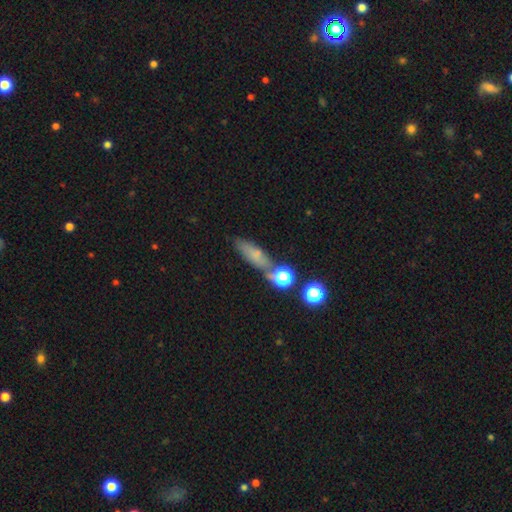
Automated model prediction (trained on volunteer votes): This is likely a smooth galaxy (61%). How rounded: possibly cigar-shaped (48%). Merging: possibly none (57%).